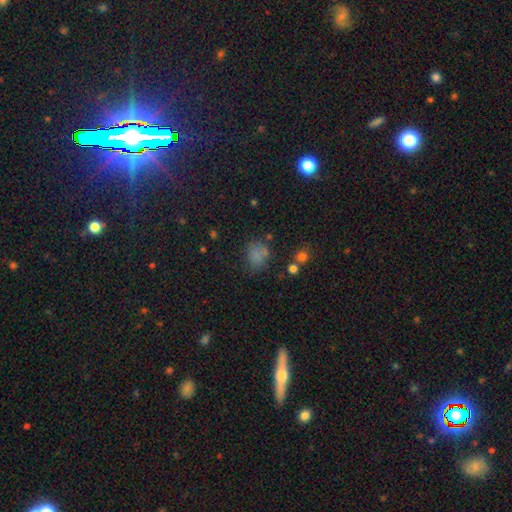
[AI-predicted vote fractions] Overall: smooth (70%). How rounded: round (54%; in between 45%). Merging: none (60%; minor disturbance 23%).